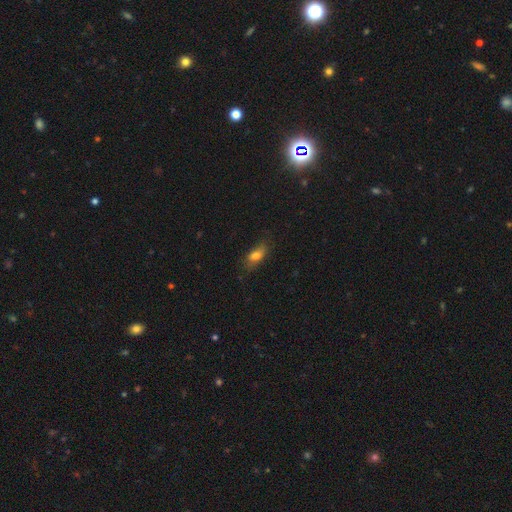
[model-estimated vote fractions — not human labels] A smooth galaxy with no disk features (77%) that is in between round and cigar-shaped (80%).

Vote fractions:
- Smooth or featured? smooth: 77% / featured or disk: 14% / star or artifact: 10%
- How rounded? in between: 80% / cigar-shaped: 14% / round: 6%
- Merging? none: 71% / minor disturbance: 21% / major disturbance: 7% / merger: 1%